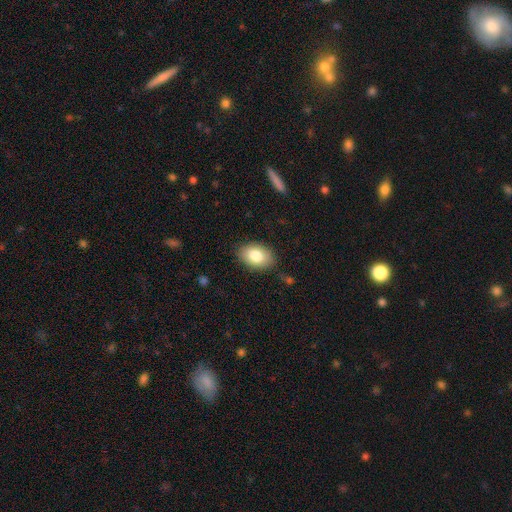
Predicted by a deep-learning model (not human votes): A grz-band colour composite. It shows a smooth galaxy with no disk features (82%) that is in between round and cigar-shaped (88%). Merging: none (84%).